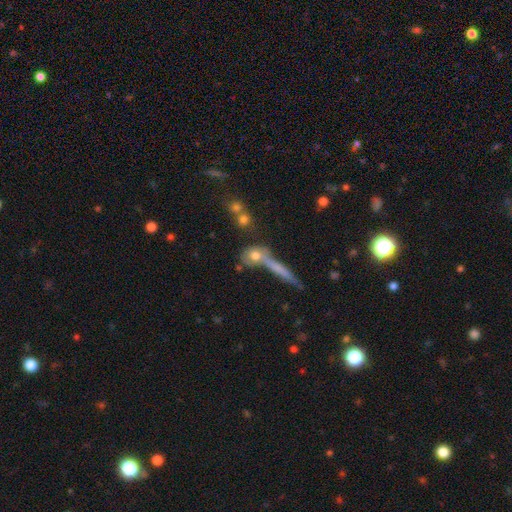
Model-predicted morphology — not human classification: Smooth or featured? smooth (63%)
How rounded? round (50%)
Merging? none (49%)